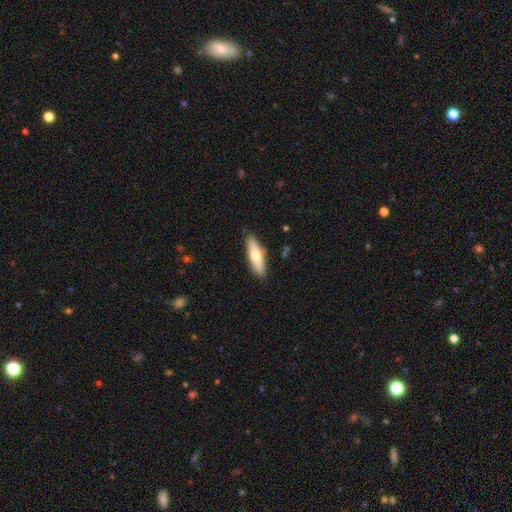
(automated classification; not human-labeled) A smooth galaxy with no disk features (61%) that is cigar-shaped (58%). Merging: none (87%).